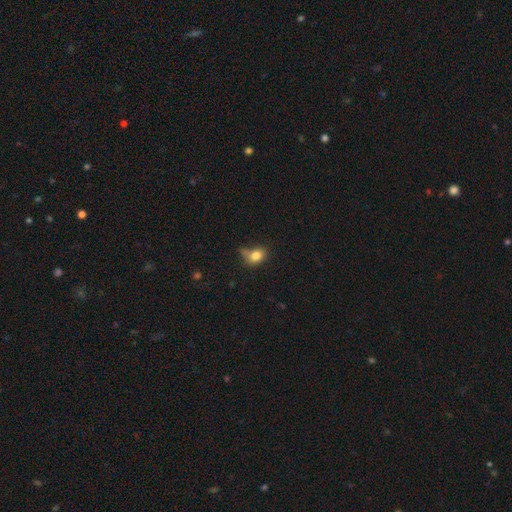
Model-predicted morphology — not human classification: Q: Smooth or featured?
A: smooth (80%); runner-up: star or artifact (10%)
Q: How rounded?
A: in between (65%); runner-up: round (34%)
Q: Merging?
A: none (40%); runner-up: minor disturbance (34%)